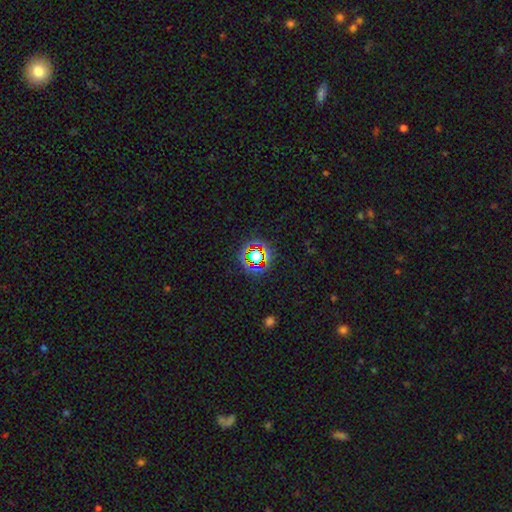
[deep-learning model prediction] Smooth or featured: star or artifact — 68% (smooth — 21%)